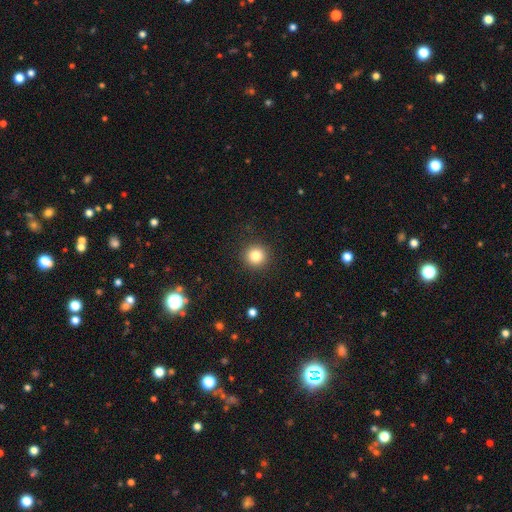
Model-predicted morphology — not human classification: type=smooth (82%); roundness=round (95%); merging=none (92%).